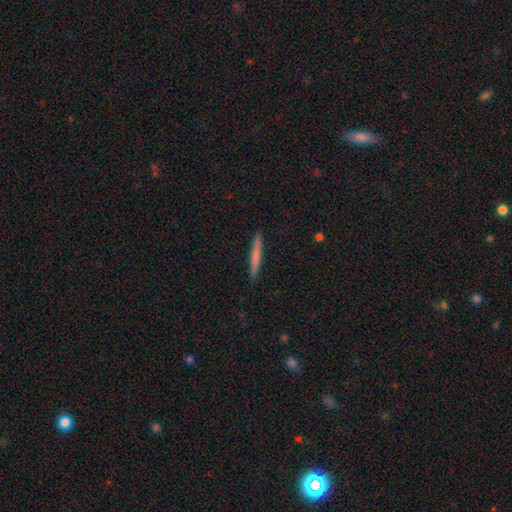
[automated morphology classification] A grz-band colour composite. It shows a smooth galaxy with no disk features (70%) that is cigar-shaped (96%). Merging: none (92%).